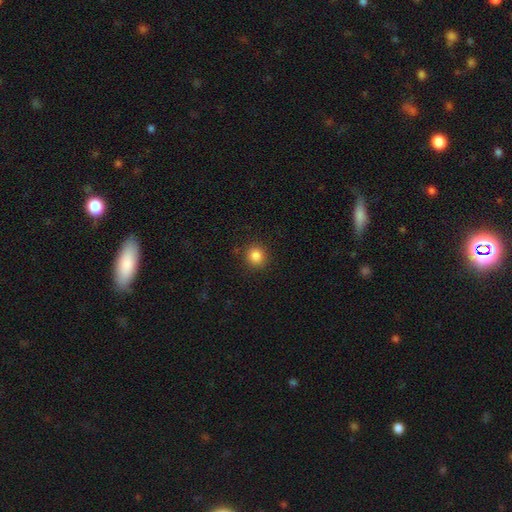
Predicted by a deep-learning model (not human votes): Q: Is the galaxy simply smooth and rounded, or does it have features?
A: smooth — 85%.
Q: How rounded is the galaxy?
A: round — 90%.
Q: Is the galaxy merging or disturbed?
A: none — 90%.